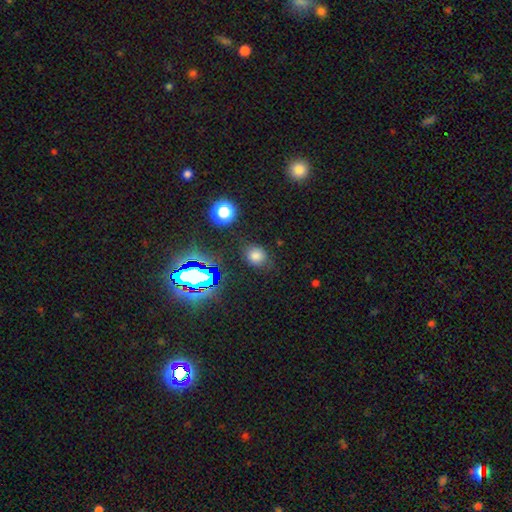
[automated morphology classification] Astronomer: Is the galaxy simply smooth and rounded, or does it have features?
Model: smooth — 73%.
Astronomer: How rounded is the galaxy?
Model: round — 70%.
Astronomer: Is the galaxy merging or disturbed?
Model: none — 80%.